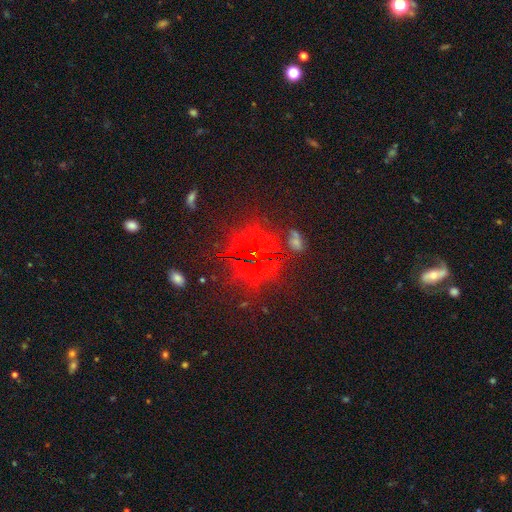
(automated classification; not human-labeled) smooth-or-featured: star or artifact: 74% | smooth: 15% | featured or disk: 11%